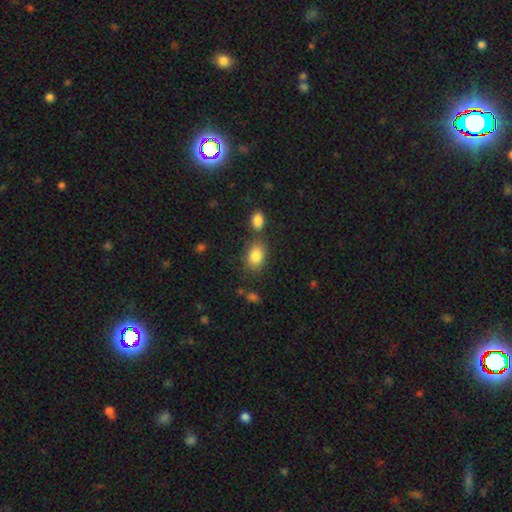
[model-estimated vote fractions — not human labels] The model was most divided on "merging": none: 68%, minor disturbance: 15%, merger: 12%, major disturbance: 5%. More confident: smooth or featured — smooth (85%); how rounded — in between (83%).